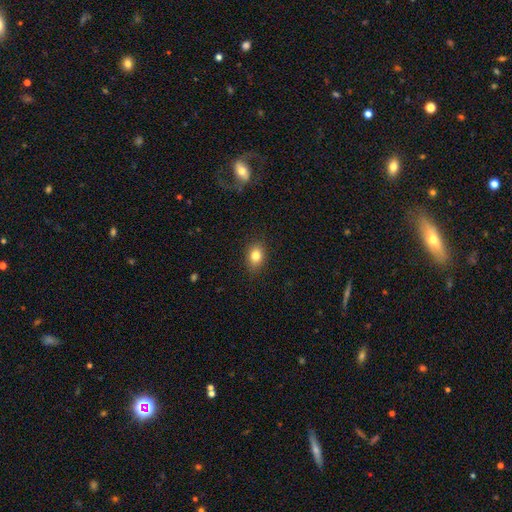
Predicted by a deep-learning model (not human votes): This appears to be a smooth galaxy with no disk features (82%) that is in between round and cigar-shaped (69%). Merging: none (87%).